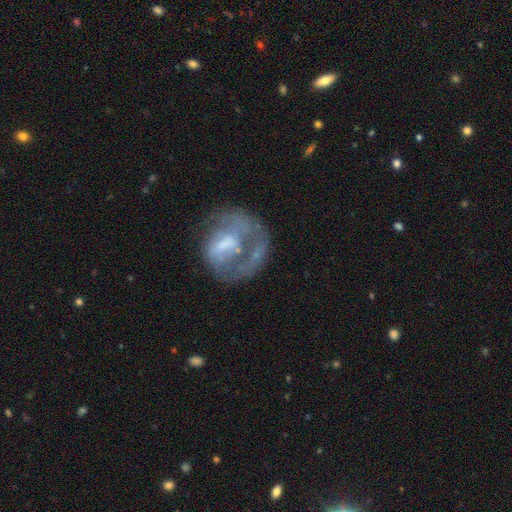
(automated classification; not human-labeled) This appears to be a featured or disk galaxy (64%) with no bar (48%), no spiral arms (50%, tied with yes) and a moderate central bulge (33%). Merging: none (41%).